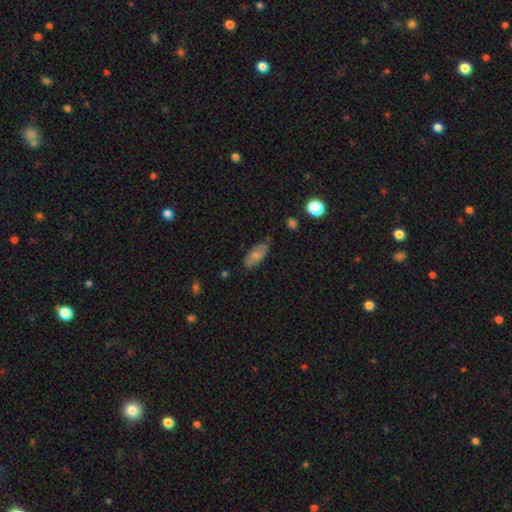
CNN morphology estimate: type=smooth (59%); roundness=in between (85%); merging=none (75%).